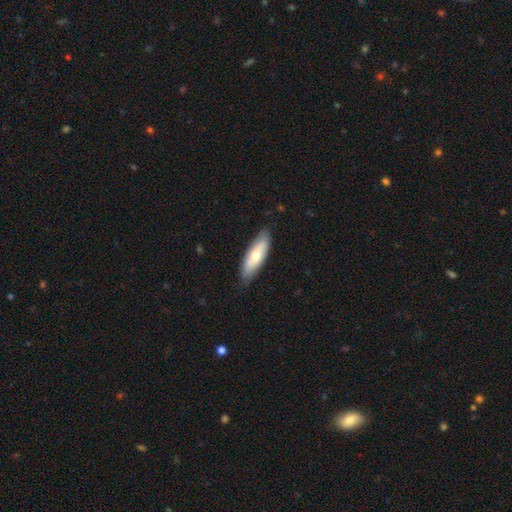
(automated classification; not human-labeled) Smooth or featured?
  - smooth: 65% *
  - featured or disk: 30%
  - star or artifact: 5%
How rounded?
  - in between: 57% *
  - cigar-shaped: 41%
  - round: 2%
Merging?
  - none: 81% *
  - minor disturbance: 15%
  - major disturbance: 3%
  - merger: 1%